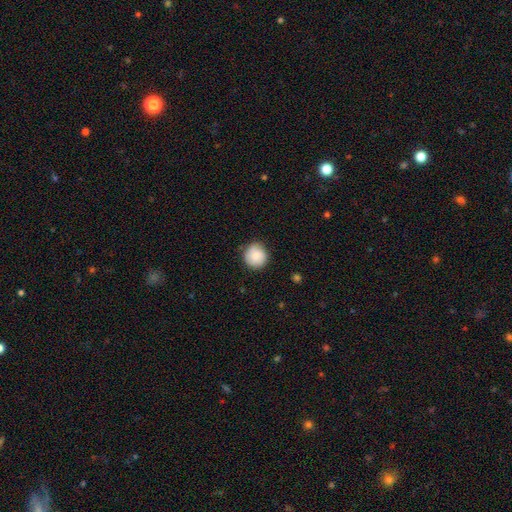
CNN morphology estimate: Q: Smooth or featured?
A: smooth (85%); runner-up: featured or disk (8%)
Q: How rounded?
A: round (92%); runner-up: in between (7%)
Q: Merging?
A: none (82%); runner-up: minor disturbance (14%)